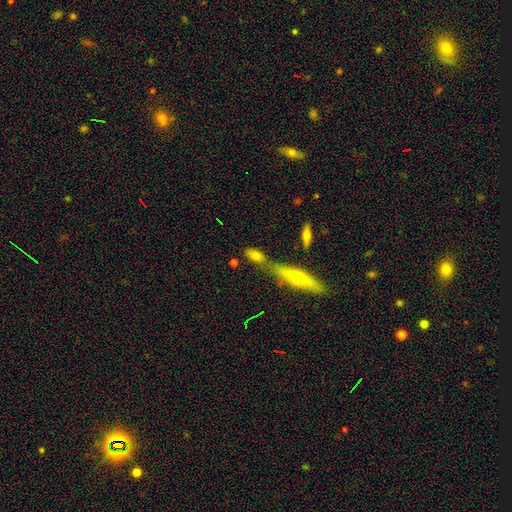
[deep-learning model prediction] This is likely a smooth galaxy (70%). How rounded: likely in between (71%). Merging: possibly none (49%).